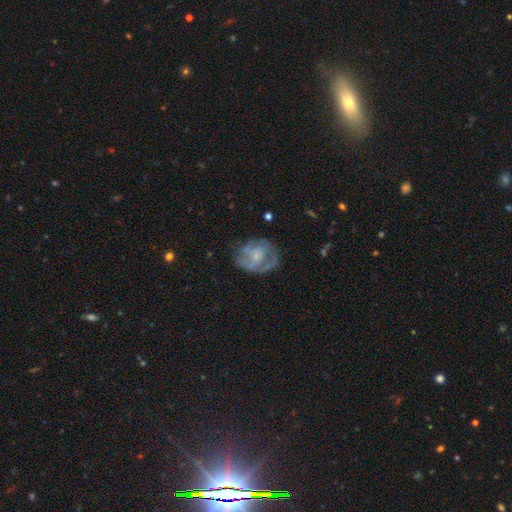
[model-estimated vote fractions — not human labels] Smooth or featured? featured or disk (66%)
Edge-on disk? no (98%)
Bar? no (73%)
Spiral arms? yes (65%)
Bulge size? small (64%)
Merging? none (59%)